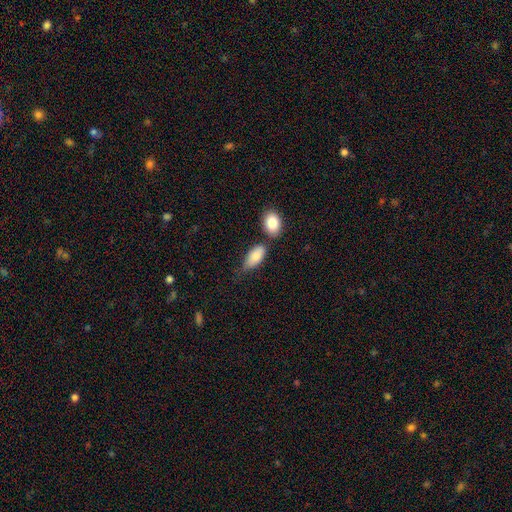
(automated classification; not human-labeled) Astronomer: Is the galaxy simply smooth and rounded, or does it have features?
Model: smooth — 84%.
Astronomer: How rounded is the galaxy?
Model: in between — 88%.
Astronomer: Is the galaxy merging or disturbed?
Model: none — 46% (runner-up: minor disturbance, 27%).